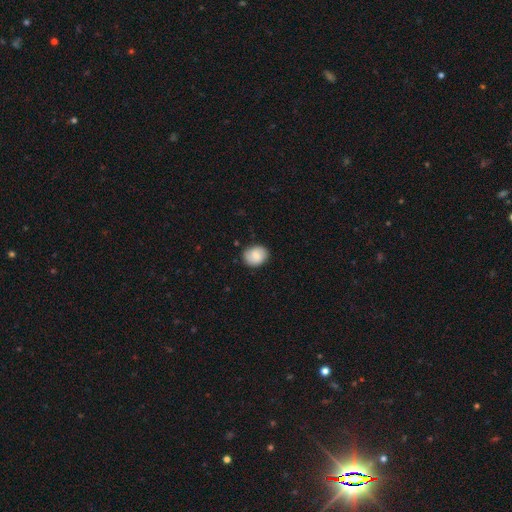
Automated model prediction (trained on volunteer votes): This appears to be a smooth galaxy with no disk features (76%) that is round (56%). Merging: none (82%).